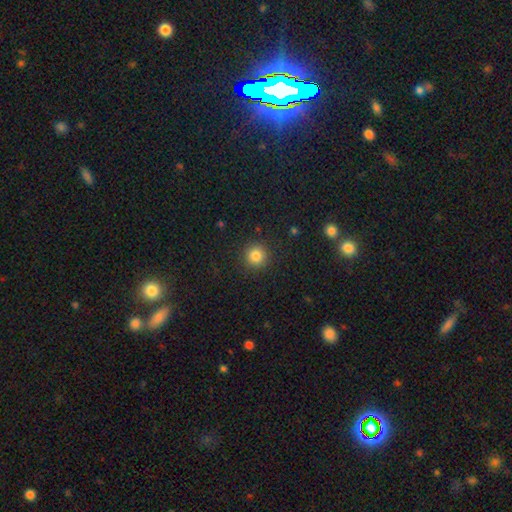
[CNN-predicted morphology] A smooth galaxy with no disk features (83%) that is round (94%). Merging: none (91%).